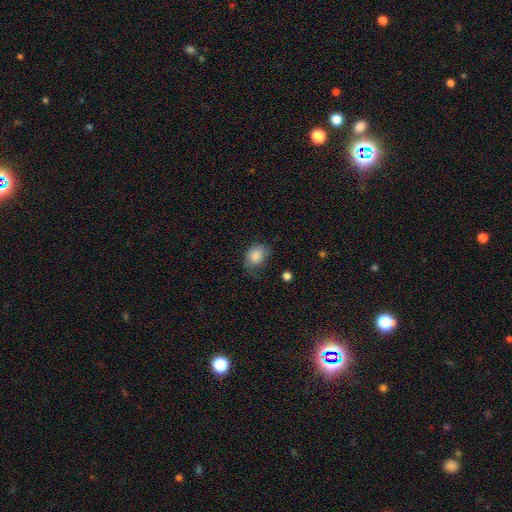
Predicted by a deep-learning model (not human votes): This appears to be a smooth galaxy with no disk features (84%) that is in between round and cigar-shaped (58%). Merging: none (53%).